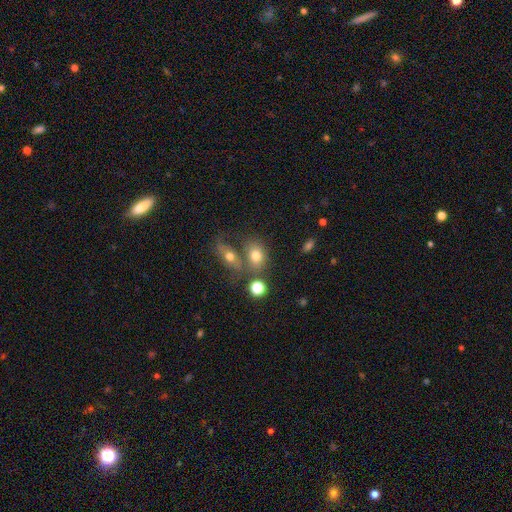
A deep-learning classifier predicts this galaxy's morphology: smooth_or_featured: smooth (p=0.73) [alt: featured or disk p=0.14]
how_rounded: in between (p=0.65) [alt: round p=0.33]
merging: none (p=0.45) [alt: merger p=0.35]